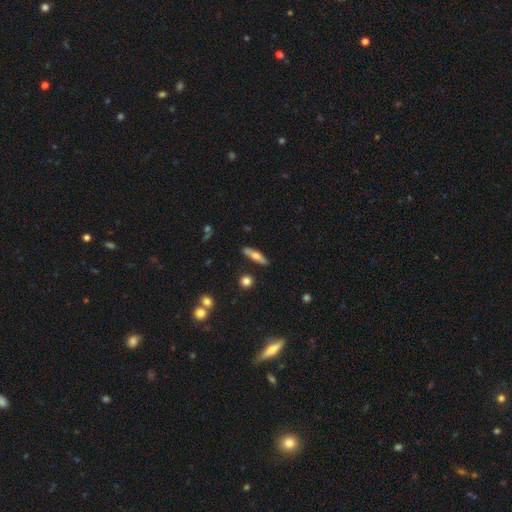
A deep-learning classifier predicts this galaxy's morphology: smooth_or_featured: smooth (p=0.55) [alt: featured or disk p=0.38]
how_rounded: cigar-shaped (p=0.72) [alt: in between p=0.25]
merging: none (p=0.84) [alt: minor disturbance p=0.11]